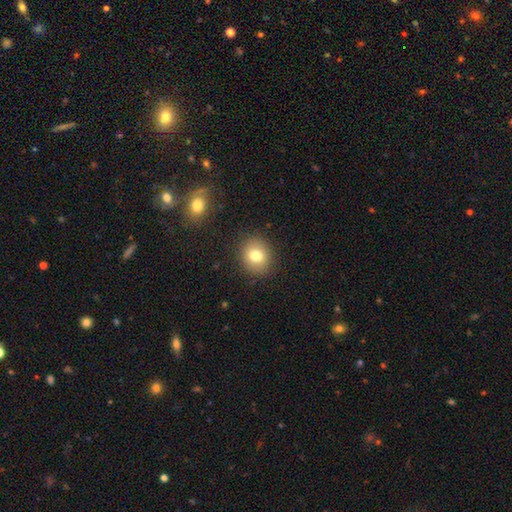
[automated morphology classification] smooth 77%, featured or disk 12%, star or artifact 11%. Down the decision tree: how rounded — round (76%); merging — none (88%).